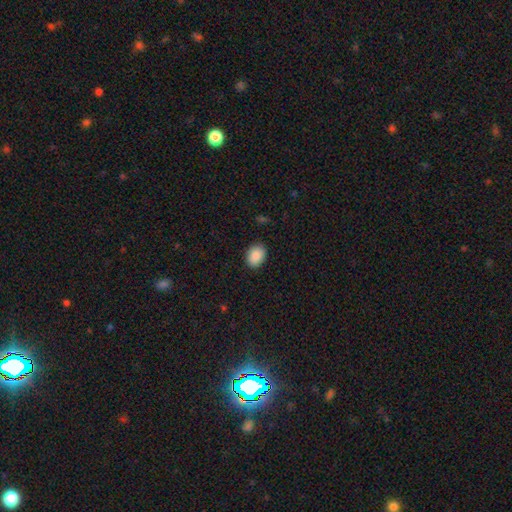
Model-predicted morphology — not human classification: Smooth or featured? smooth (90%)
How rounded? in between (70%)
Merging? none (88%)